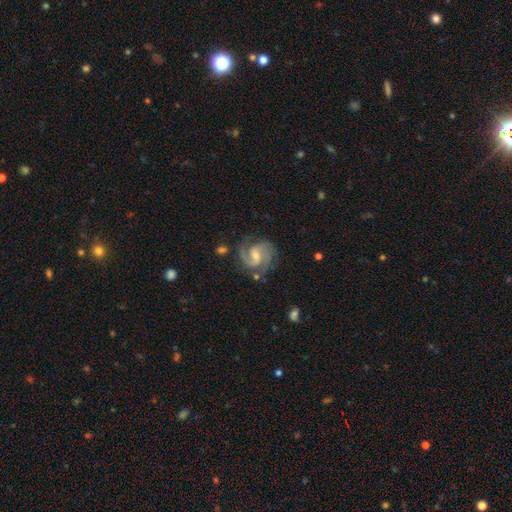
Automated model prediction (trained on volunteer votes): smooth_or_featured: featured or disk (p=0.90) [alt: smooth p=0.05]
disk_edge_on: no (p=0.98) [alt: yes p=0.02]
bar: weak (p=0.55) [alt: no p=0.29]
has_spiral_arms: yes (p=0.98) [alt: no p=0.02]
spiral_winding: medium (p=0.55) [alt: tight p=0.32]
spiral_arm_count: 2 (p=0.73) [alt: 3 p=0.15]
bulge_size: small (p=0.52) [alt: moderate p=0.40]
merging: none (p=0.71) [alt: minor disturbance p=0.18]